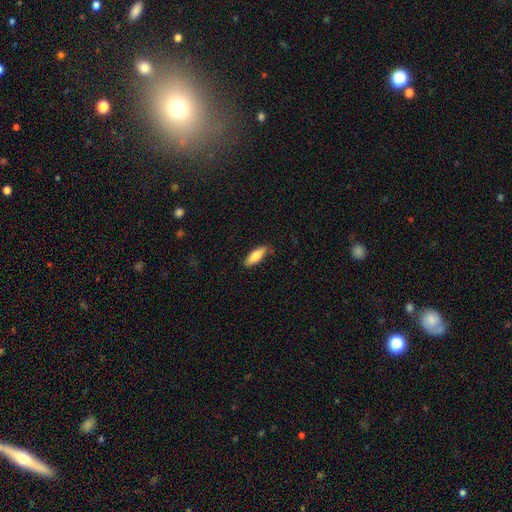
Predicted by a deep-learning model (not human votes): Smooth or featured? smooth (77%)
How rounded? in between (57%)
Merging? none (84%)